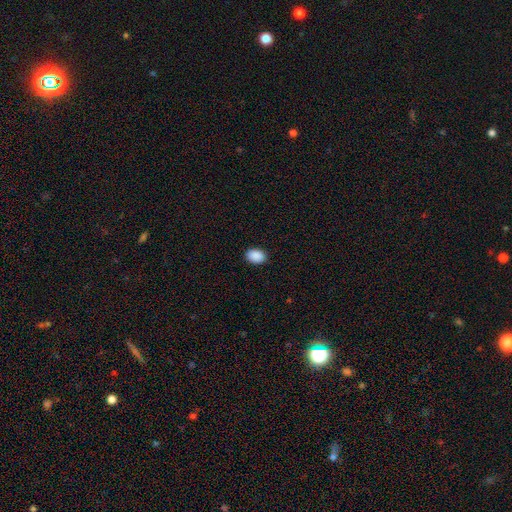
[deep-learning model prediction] smooth 90%, star or artifact 7%, featured or disk 2%. Down the decision tree: how rounded — in between (83%); merging — none (90%).